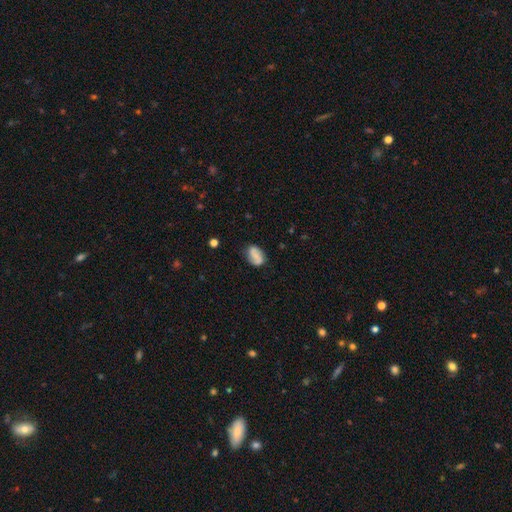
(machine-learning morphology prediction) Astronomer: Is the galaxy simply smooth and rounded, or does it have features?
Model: smooth — 59%.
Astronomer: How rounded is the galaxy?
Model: in between — 84%.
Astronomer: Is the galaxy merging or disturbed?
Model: none — 69%.